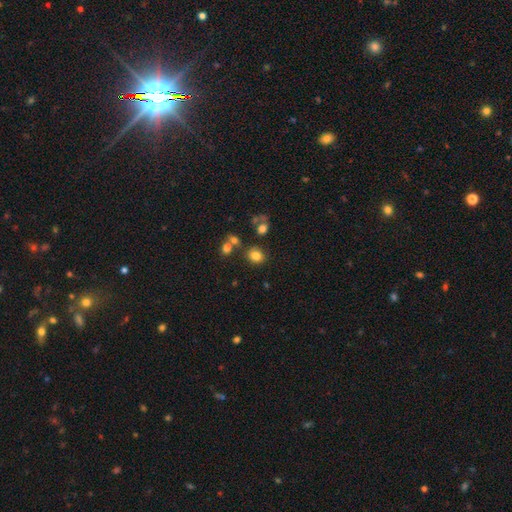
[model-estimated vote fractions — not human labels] Q: Smooth or featured?
A: smooth (79%); runner-up: star or artifact (12%)
Q: How rounded?
A: round (64%); runner-up: in between (35%)
Q: Merging?
A: none (73%); runner-up: minor disturbance (12%)